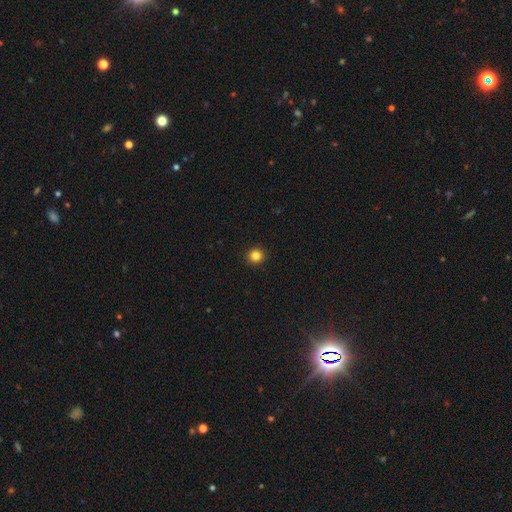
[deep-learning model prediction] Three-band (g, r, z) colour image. It shows a smooth galaxy with no disk features (84%) that is round (94%). Merging: none (94%).